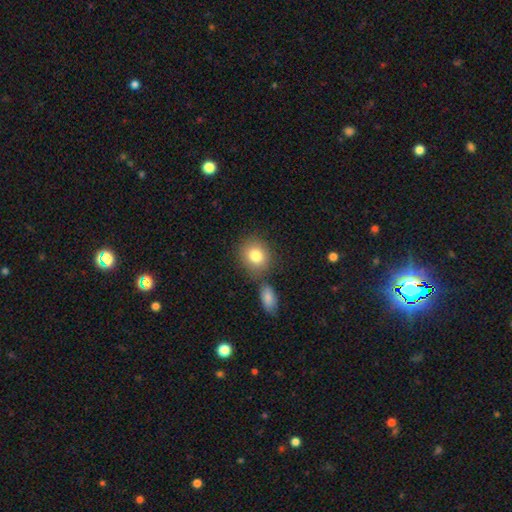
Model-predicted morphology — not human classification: smooth_or_featured: smooth (p=0.83) [alt: star or artifact p=0.09]
how_rounded: round (p=0.72) [alt: in between p=0.27]
merging: none (p=0.71) [alt: merger p=0.14]